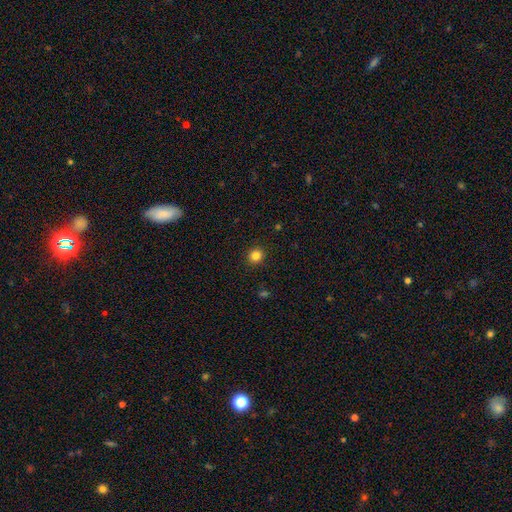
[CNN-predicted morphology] A smooth galaxy with no disk features (83%) that is round (91%). Merging: none (92%).